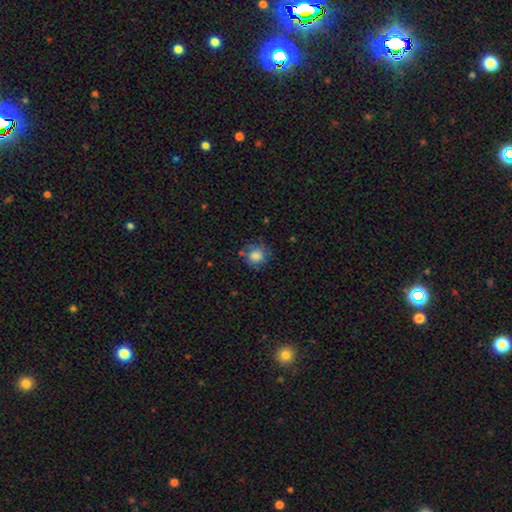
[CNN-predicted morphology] Smooth or featured? smooth (78%)
How rounded? round (86%)
Merging? none (68%)